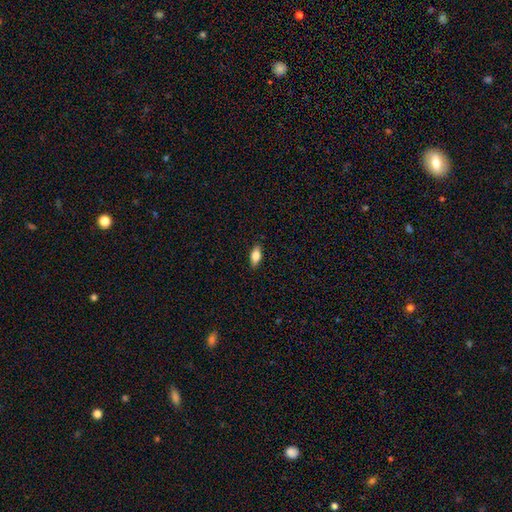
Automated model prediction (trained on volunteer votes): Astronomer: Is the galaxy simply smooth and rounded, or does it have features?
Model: smooth — 73%.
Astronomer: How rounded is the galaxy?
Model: in between — 82%.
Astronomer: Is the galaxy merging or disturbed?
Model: none — 87%.